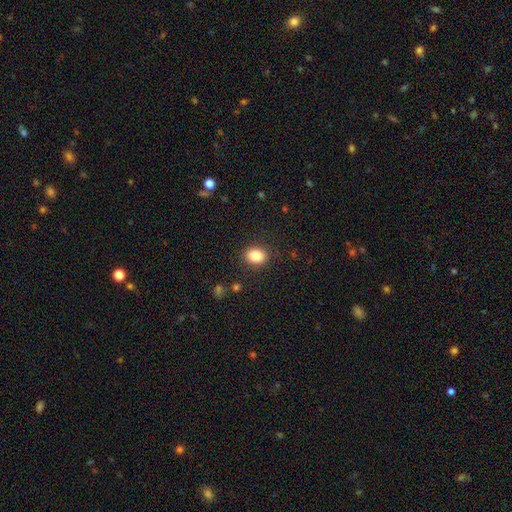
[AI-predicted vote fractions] A smooth galaxy with no disk features (85%) that is in between round and cigar-shaped (58%).

Vote fractions:
- Smooth or featured? smooth: 85% / star or artifact: 9% / featured or disk: 6%
- How rounded? in between: 58% / round: 41% / cigar-shaped: 1%
- Merging? none: 88% / minor disturbance: 8% / major disturbance: 3% / merger: 1%